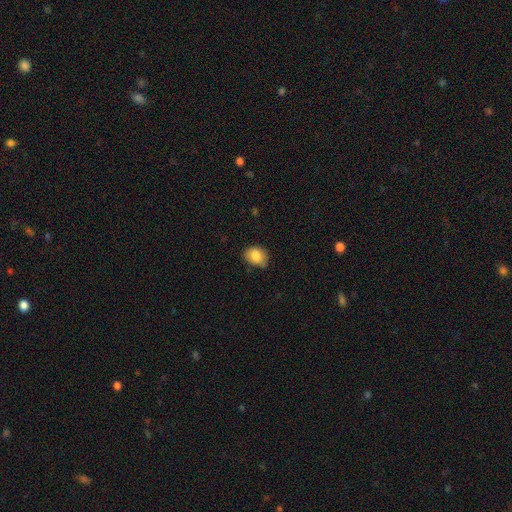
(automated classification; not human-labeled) Q: Smooth or featured?
A: smooth (83%); runner-up: featured or disk (9%)
Q: How rounded?
A: in between (59%); runner-up: round (40%)
Q: Merging?
A: none (67%); runner-up: minor disturbance (27%)